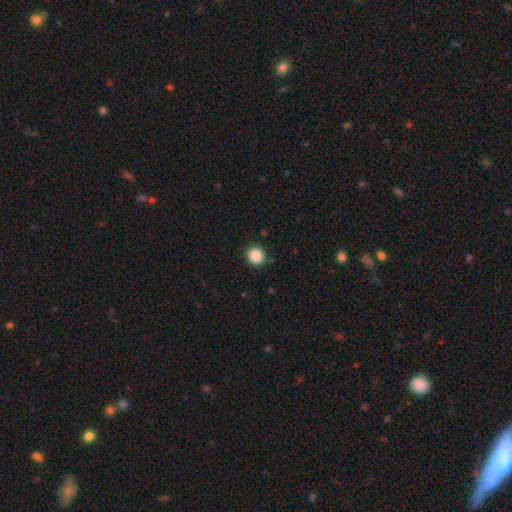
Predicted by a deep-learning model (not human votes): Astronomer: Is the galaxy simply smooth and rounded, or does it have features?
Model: smooth — 88%.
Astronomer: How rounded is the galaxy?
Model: round — 86%.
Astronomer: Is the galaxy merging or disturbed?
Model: none — 89%.